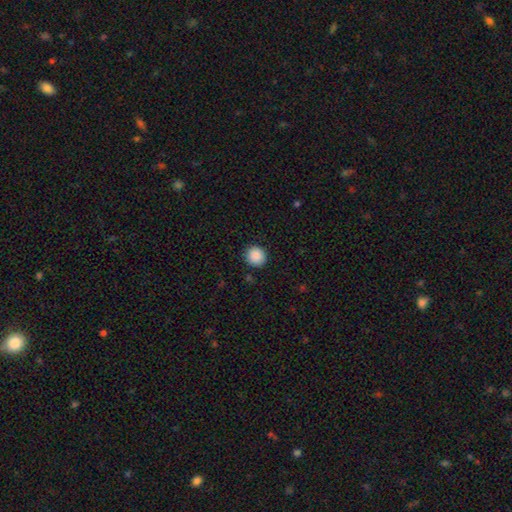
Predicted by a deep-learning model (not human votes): Smooth or featured? Predicted: smooth (p=0.89). How rounded? Predicted: round (p=0.91). Merging? Predicted: none (p=0.90).